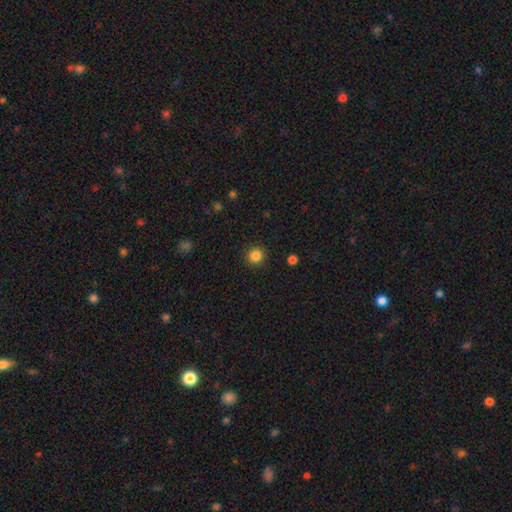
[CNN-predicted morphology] Smooth or featured? Predicted: smooth (p=0.85). How rounded? Predicted: round (p=0.93). Merging? Predicted: none (p=0.91).